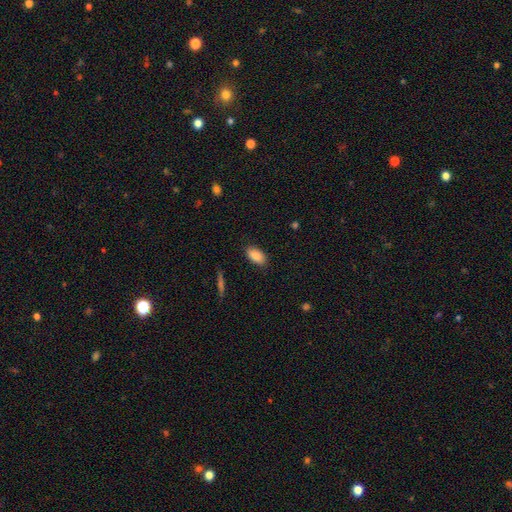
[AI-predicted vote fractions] The model was most divided on "merging": none: 86%, minor disturbance: 10%, major disturbance: 2%, merger: 1%. More confident: how rounded — in between (92%); smooth or featured — smooth (87%).